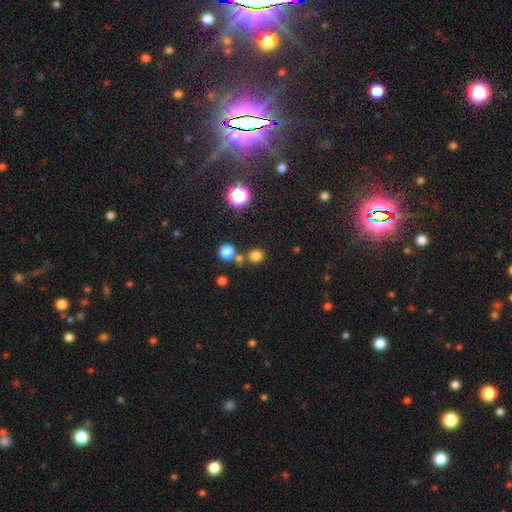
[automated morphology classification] Smooth or featured? Predicted: smooth (p=0.76). How rounded? Predicted: round (p=0.84). Merging? Predicted: none (p=0.74).